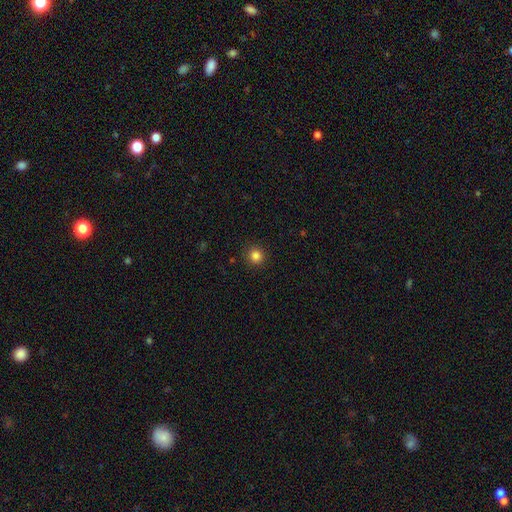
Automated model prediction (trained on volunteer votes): A smooth galaxy with no disk features (84%) that is round (93%).

Vote fractions:
- Smooth or featured? smooth: 84% / star or artifact: 12% / featured or disk: 4%
- How rounded? round: 93% / in between: 6% / cigar-shaped: 1%
- Merging? none: 91% / minor disturbance: 6% / major disturbance: 2% / merger: 1%